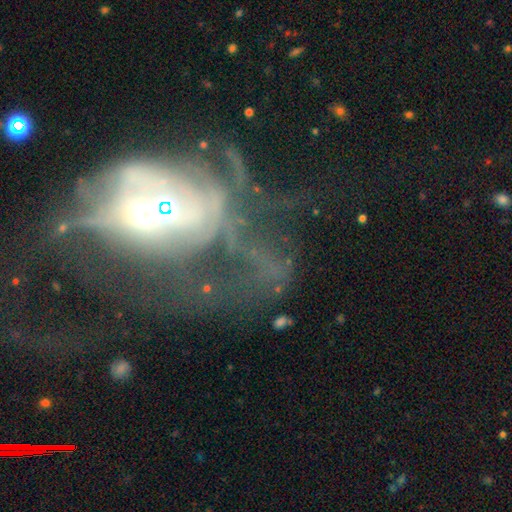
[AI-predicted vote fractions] Morphology: type=featured or disk (62%); edge-on=no (93%); bar=no (70%); spiral arms=no (52%); bulge=moderate (44%); merging=major disturbance (38%).